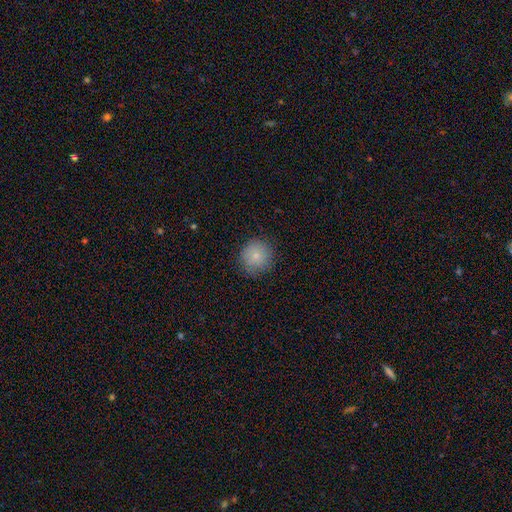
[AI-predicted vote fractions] Smooth or featured? Predicted: smooth (p=0.83). How rounded? Predicted: round (p=0.90). Merging? Predicted: none (p=0.84).